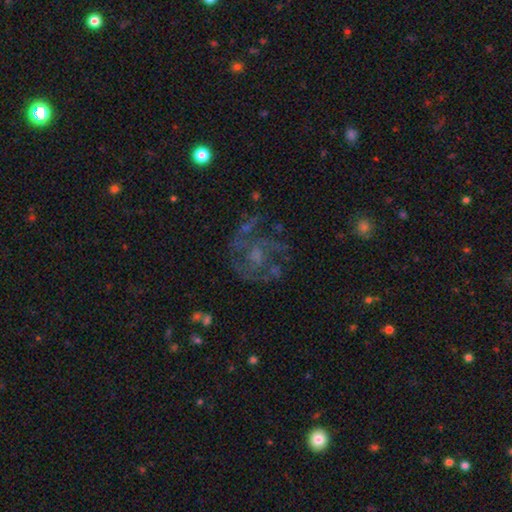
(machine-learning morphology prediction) A featured or disk galaxy (69%) with no bar (75%), spiral arms (66%) and a moderate central bulge (34%). Merging: none (56%).